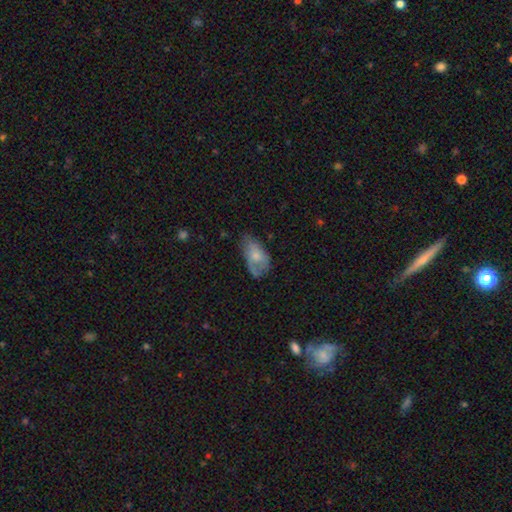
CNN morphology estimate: smooth 60%, featured or disk 32%, star or artifact 8%. Down the decision tree: how rounded — in between (91%); merging — none (42%).